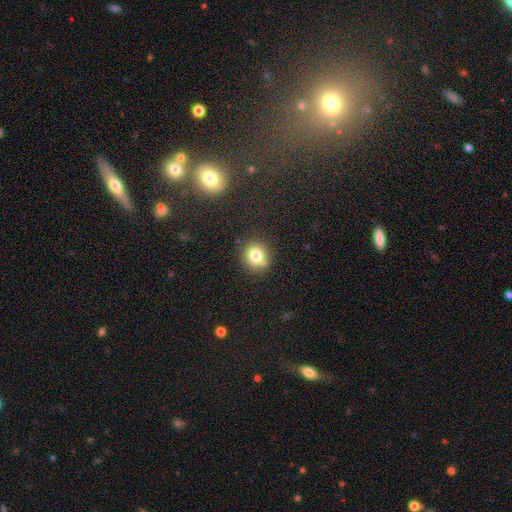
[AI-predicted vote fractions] A smooth galaxy with no disk features (78%) that is round (84%).

Vote fractions:
- Smooth or featured? smooth: 78% / star or artifact: 12% / featured or disk: 10%
- How rounded? round: 84% / in between: 15% / cigar-shaped: 1%
- Merging? none: 74% / merger: 12% / minor disturbance: 11% / major disturbance: 3%